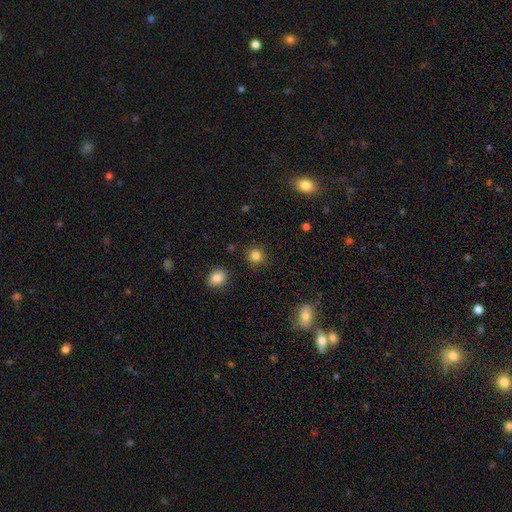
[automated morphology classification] type=smooth (83%); roundness=round (89%); merging=none (89%).